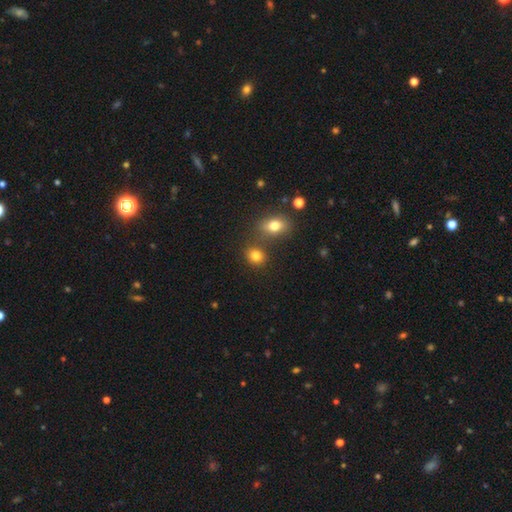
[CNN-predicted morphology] smooth-or-featured: smooth: 81% | star or artifact: 13% | featured or disk: 6%
  how-rounded: round: 68% | in between: 31% | cigar-shaped: 1%
  merging: none: 70% | merger: 16% | minor disturbance: 10% | major disturbance: 4%